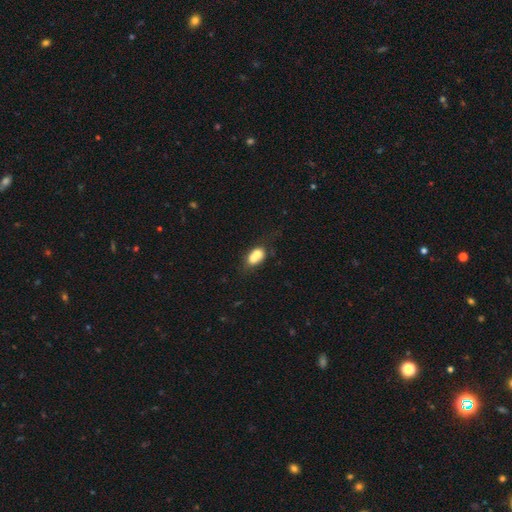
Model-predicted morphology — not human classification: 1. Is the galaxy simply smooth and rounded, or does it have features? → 66% smooth, 24% featured or disk, 10% star or artifact.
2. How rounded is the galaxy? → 53% in between, 45% round, 2% cigar-shaped.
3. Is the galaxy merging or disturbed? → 65% merger, 22% none, 8% minor disturbance, 5% major disturbance.